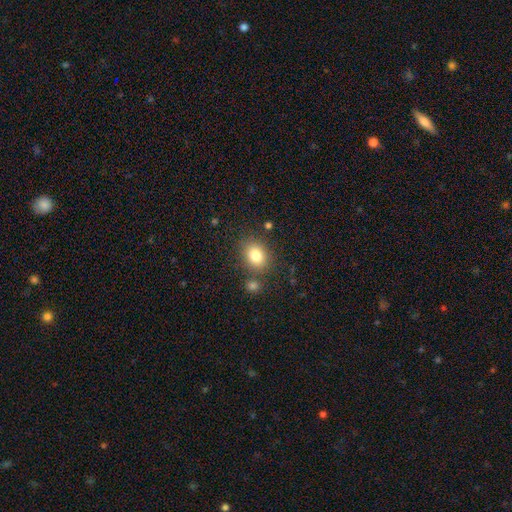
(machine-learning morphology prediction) smooth 82%, star or artifact 10%, featured or disk 8%. Down the decision tree: how rounded — in between (51%); merging — none (76%).